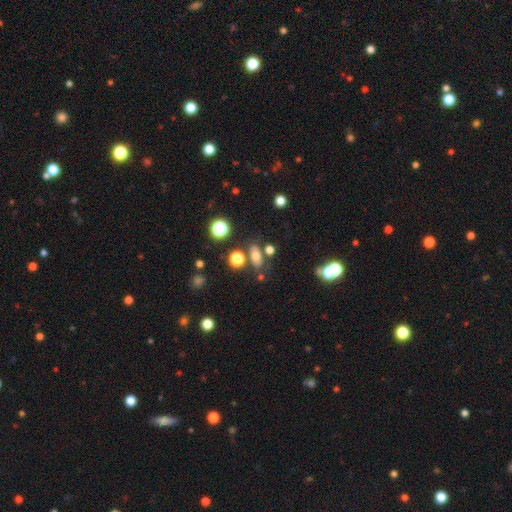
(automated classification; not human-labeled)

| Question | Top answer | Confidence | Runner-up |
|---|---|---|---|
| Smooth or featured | smooth | 66% | star or artifact (18%) |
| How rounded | in between | 74% | round (20%) |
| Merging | none | 72% | minor disturbance (13%) |